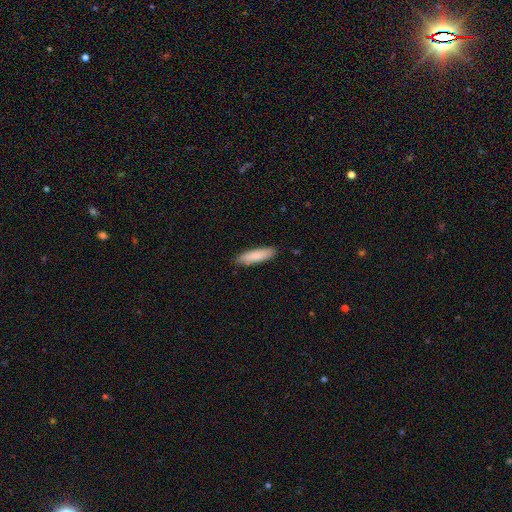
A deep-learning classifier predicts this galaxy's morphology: This is clearly a smooth galaxy (85%). How rounded: likely cigar-shaped (71%). Merging: clearly none (88%).